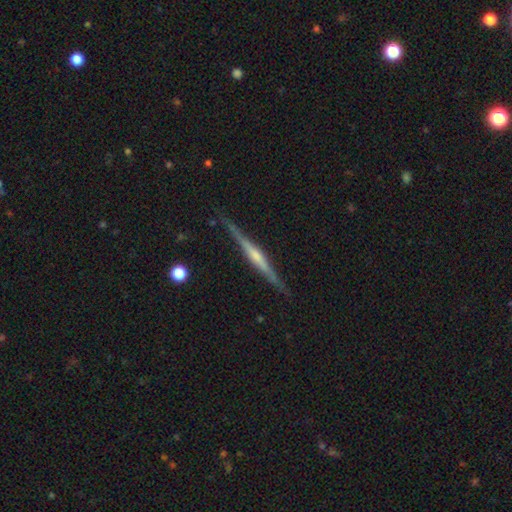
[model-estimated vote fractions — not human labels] This appears to be a featured or disk galaxy (78%) viewed edge-on (98%) with a rounded central bulge (63%). Merging: none (88%).